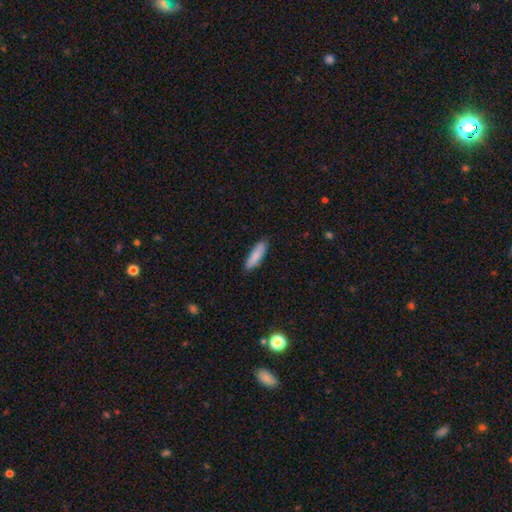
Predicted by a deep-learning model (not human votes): Smooth or featured?
  - smooth: 86% *
  - featured or disk: 8%
  - star or artifact: 6%
How rounded?
  - cigar-shaped: 65% *
  - in between: 34%
  - round: 1%
Merging?
  - none: 86% *
  - minor disturbance: 11%
  - major disturbance: 2%
  - merger: 1%